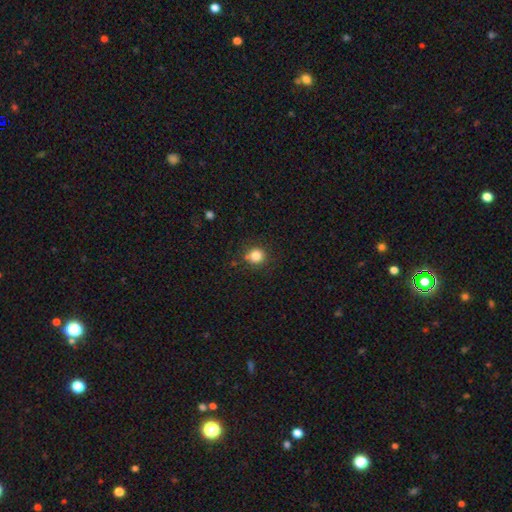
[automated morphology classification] This is clearly a smooth galaxy (83%). How rounded: clearly round (91%). Merging: clearly none (82%).